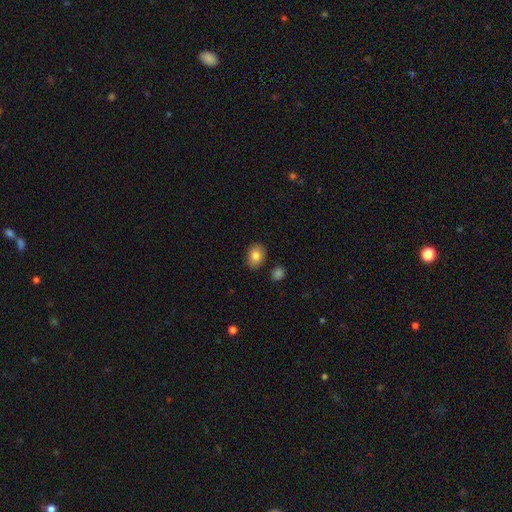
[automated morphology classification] Overall: smooth (83%). How rounded: in between (60%; round 39%). Merging: none (84%).